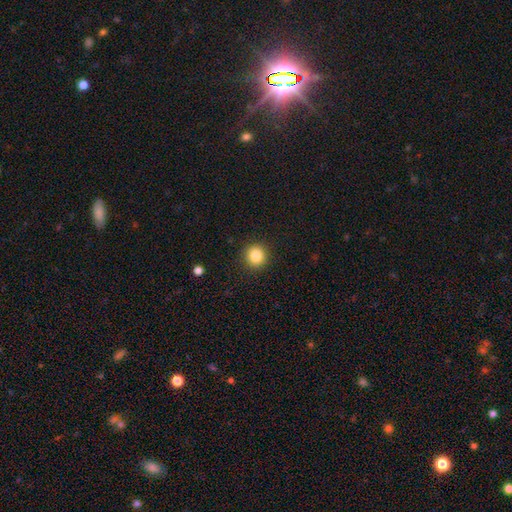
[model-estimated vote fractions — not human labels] Morphology: type=smooth (84%); roundness=round (92%); merging=none (91%).